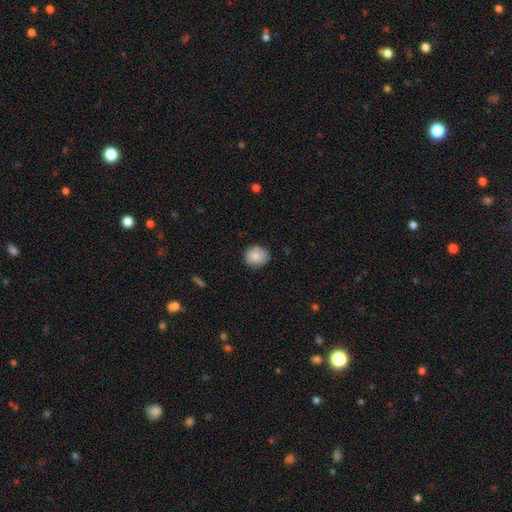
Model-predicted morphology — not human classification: Overall: smooth (86%). How rounded: round (72%). Merging: none (82%).